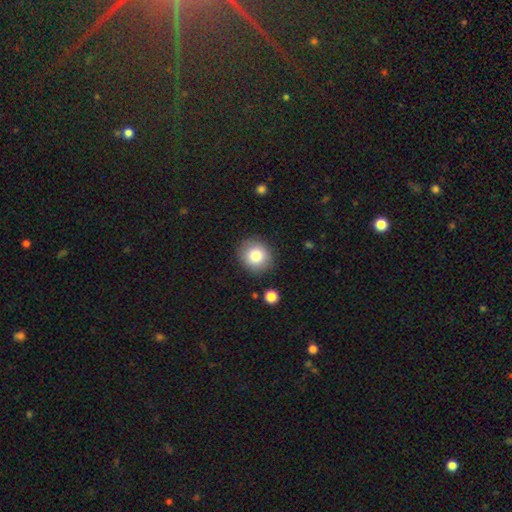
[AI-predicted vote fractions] smooth 82%, star or artifact 9%, featured or disk 9%. Down the decision tree: how rounded — round (86%); merging — none (86%).